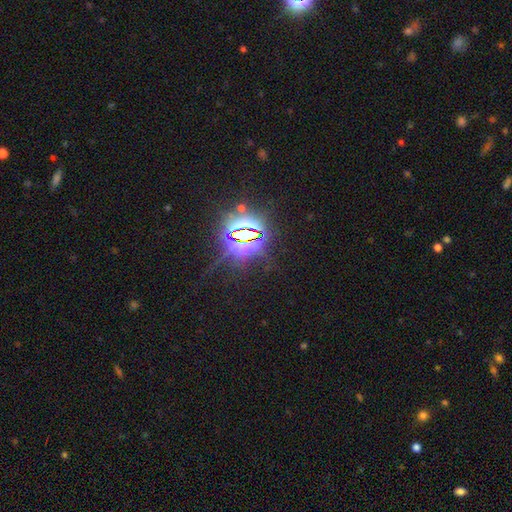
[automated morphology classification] Smooth or featured? star or artifact (86%)